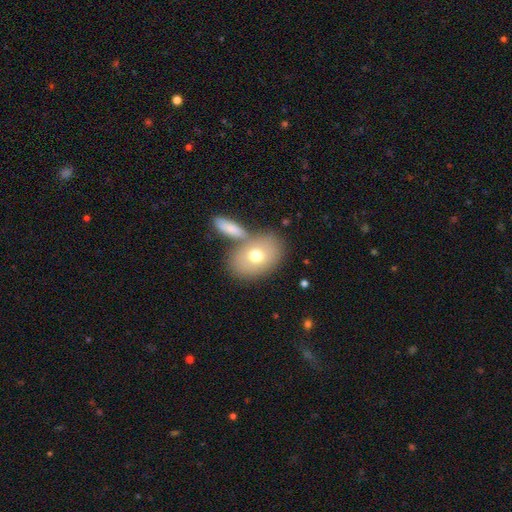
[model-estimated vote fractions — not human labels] Q: Smooth or featured?
A: smooth (69%); runner-up: featured or disk (23%)
Q: How rounded?
A: in between (77%); runner-up: round (21%)
Q: Merging?
A: none (59%); runner-up: merger (24%)